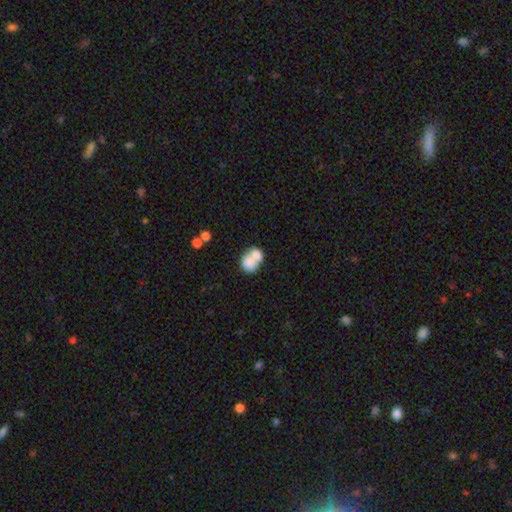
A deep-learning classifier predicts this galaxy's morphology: smooth 74%, featured or disk 18%, star or artifact 8%. Down the decision tree: how rounded — round (50%); merging — merger (69%).